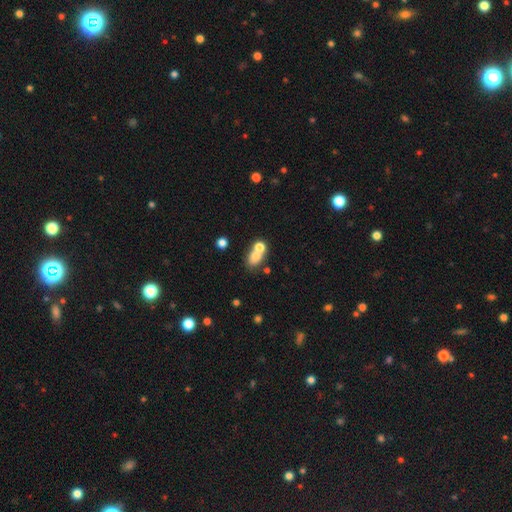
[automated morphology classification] A smooth galaxy with no disk features (71%) that is in between round and cigar-shaped (58%).

Vote fractions:
- Smooth or featured? smooth: 71% / featured or disk: 17% / star or artifact: 12%
- How rounded? in between: 58% / round: 40% / cigar-shaped: 2%
- Merging? merger: 57% / none: 30% / minor disturbance: 8% / major disturbance: 5%